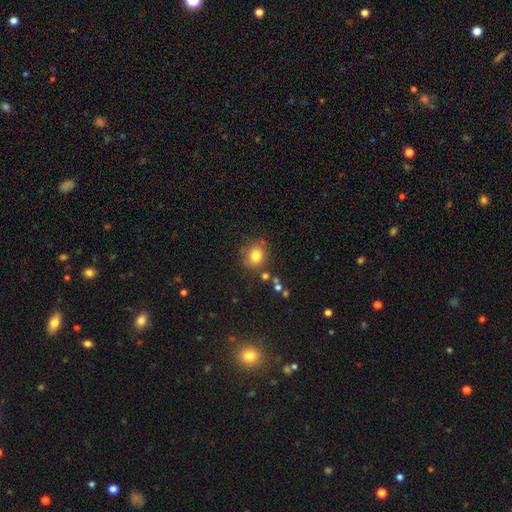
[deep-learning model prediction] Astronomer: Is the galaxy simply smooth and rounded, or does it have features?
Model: smooth — 80%.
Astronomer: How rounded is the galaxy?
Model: round — 79%.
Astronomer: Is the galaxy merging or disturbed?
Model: none — 76%.